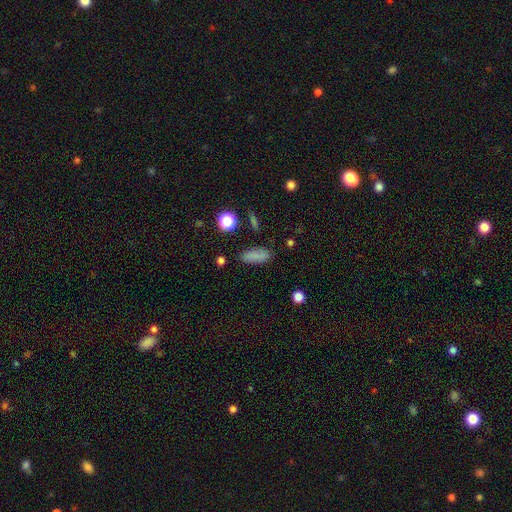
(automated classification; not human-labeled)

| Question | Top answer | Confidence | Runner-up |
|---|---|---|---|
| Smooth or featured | smooth | 81% | star or artifact (11%) |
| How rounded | in between | 75% | cigar-shaped (20%) |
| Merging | none | 79% | minor disturbance (14%) |